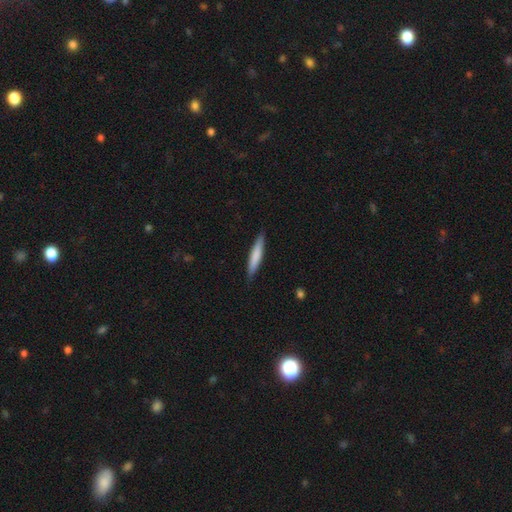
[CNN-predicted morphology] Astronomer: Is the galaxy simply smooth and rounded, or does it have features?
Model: smooth — 75%.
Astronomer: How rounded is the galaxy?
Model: cigar-shaped — 91%.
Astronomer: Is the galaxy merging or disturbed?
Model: none — 88%.